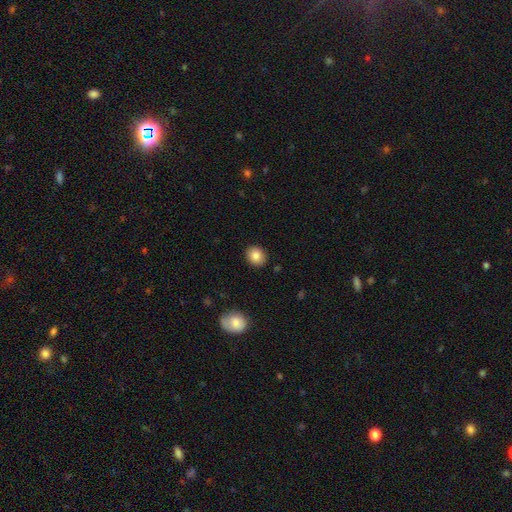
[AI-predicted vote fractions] Smooth or featured? smooth (86%)
How rounded? round (66%)
Merging? none (90%)